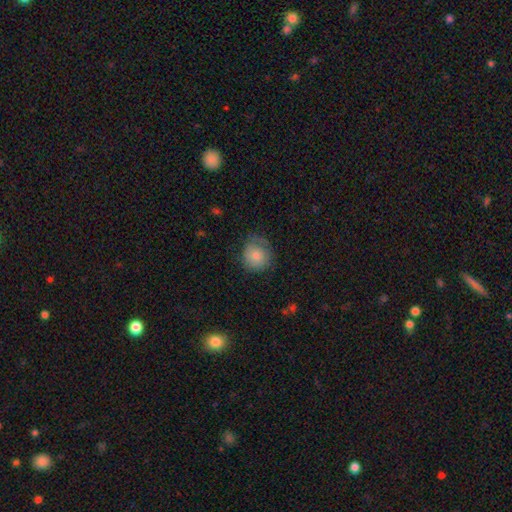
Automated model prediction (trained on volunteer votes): Morphology: type=smooth (74%); roundness=round (86%); merging=none (63%).